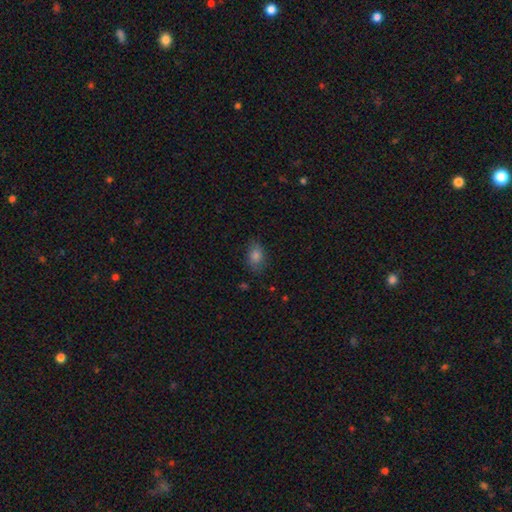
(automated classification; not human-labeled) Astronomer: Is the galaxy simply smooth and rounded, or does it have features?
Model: smooth — 78%.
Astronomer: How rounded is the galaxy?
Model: in between — 80%.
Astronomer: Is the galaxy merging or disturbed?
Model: none — 79%.